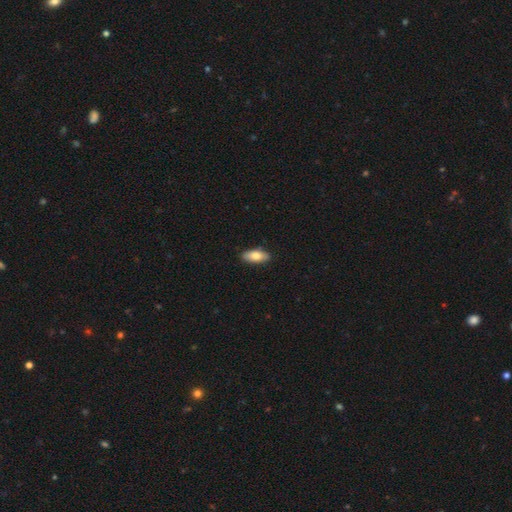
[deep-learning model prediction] Smooth or featured? Predicted: smooth (p=0.80). How rounded? Predicted: in between (p=0.86). Merging? Predicted: none (p=0.88).